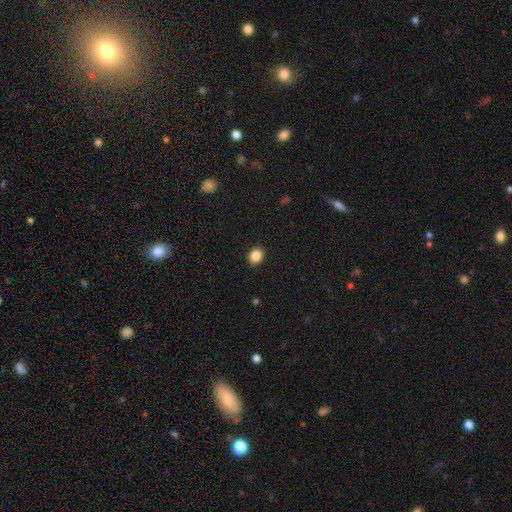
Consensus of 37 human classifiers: smooth 97%, featured or disk 3%, star or artifact 0%. Down the decision tree: how rounded — round (53%); merging — none (86%).